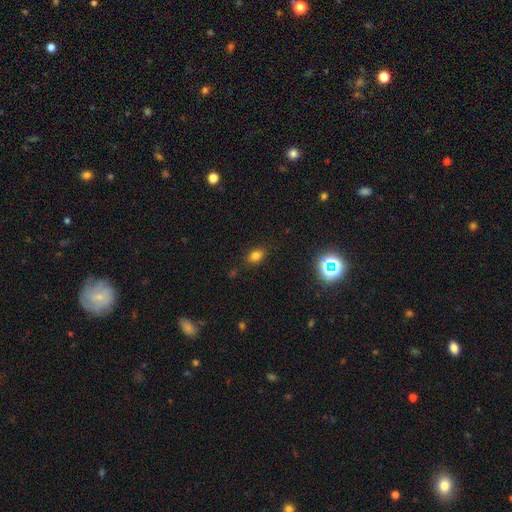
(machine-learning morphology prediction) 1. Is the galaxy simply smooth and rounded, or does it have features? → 77% smooth, 16% star or artifact, 6% featured or disk.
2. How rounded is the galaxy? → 73% in between, 25% round, 1% cigar-shaped.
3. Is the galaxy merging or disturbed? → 85% none, 10% minor disturbance, 3% major disturbance, 1% merger.